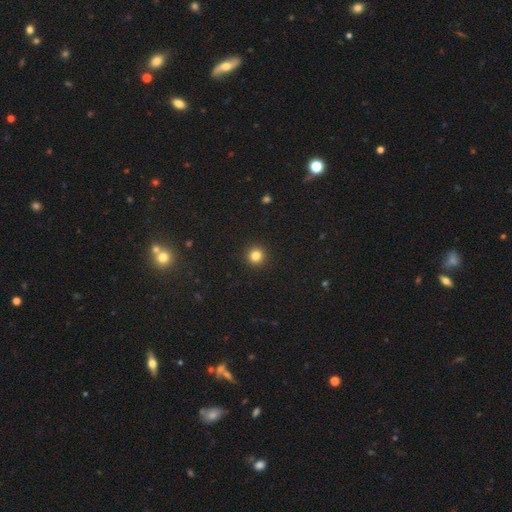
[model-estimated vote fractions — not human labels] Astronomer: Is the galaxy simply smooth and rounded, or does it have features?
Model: smooth — 83%.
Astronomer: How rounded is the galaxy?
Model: round — 94%.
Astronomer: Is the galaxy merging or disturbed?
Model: none — 93%.